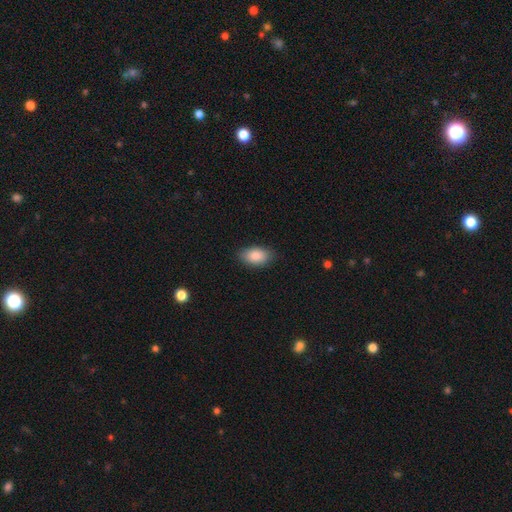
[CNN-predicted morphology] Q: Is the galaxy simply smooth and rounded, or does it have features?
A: smooth — 87%.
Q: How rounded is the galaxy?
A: in between — 92%.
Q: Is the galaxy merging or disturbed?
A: none — 86%.